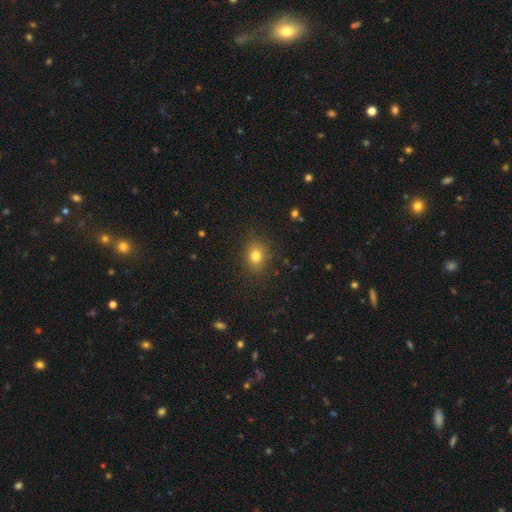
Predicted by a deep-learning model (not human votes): Smooth or featured?
  - smooth: 79% *
  - star or artifact: 13%
  - featured or disk: 8%
How rounded?
  - in between: 50% *
  - round: 49%
  - cigar-shaped: 1%
Merging?
  - none: 85% *
  - minor disturbance: 11%
  - major disturbance: 3%
  - merger: 1%